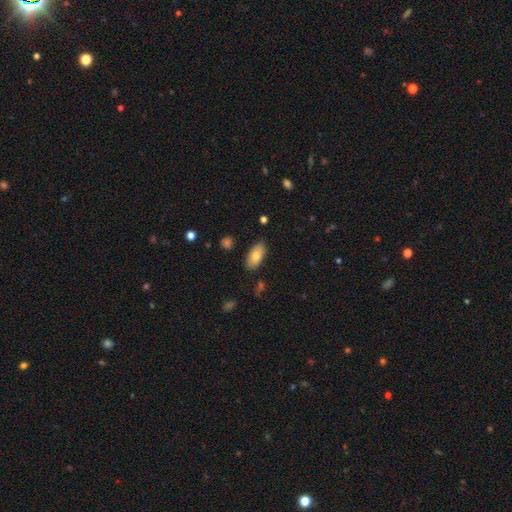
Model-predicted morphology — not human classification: smooth 79%, featured or disk 14%, star or artifact 7%. Down the decision tree: how rounded — in between (91%); merging — none (84%).